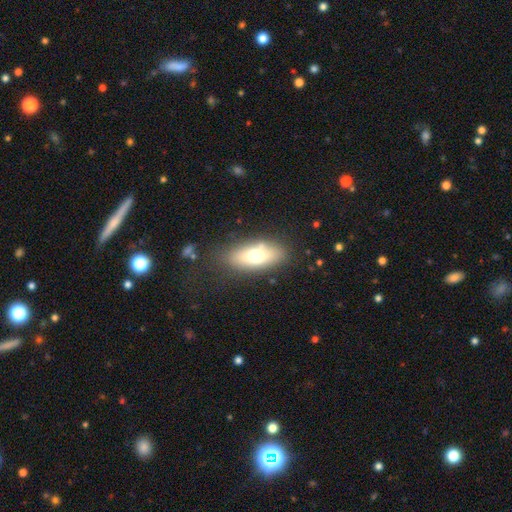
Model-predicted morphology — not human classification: smooth-or-featured: smooth: 67% | featured or disk: 24% | star or artifact: 9%
  how-rounded: in between: 81% | cigar-shaped: 12% | round: 6%
  merging: none: 77% | minor disturbance: 14% | major disturbance: 6% | merger: 3%